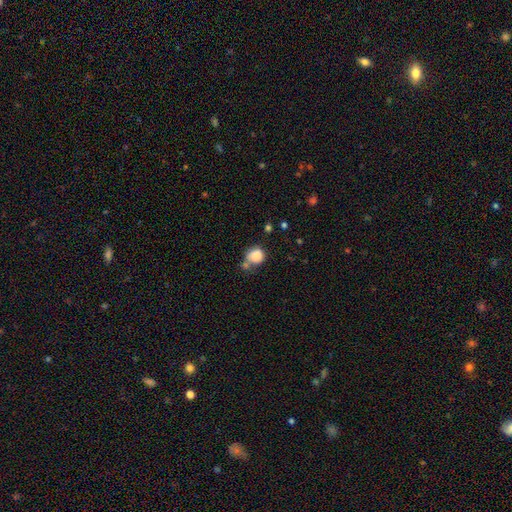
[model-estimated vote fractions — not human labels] Smooth or featured? Predicted: smooth (p=0.85). How rounded? Predicted: round (p=0.79). Merging? Predicted: none (p=0.47).